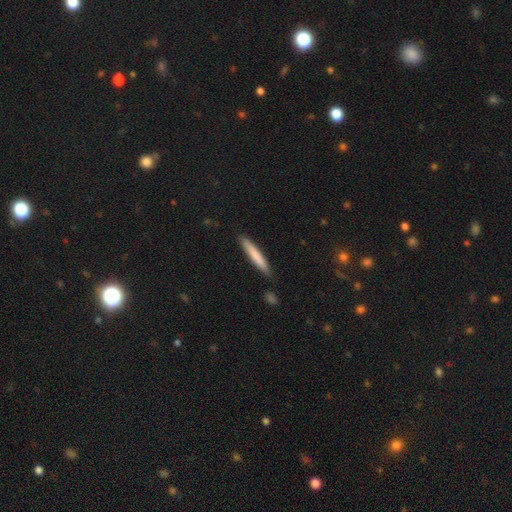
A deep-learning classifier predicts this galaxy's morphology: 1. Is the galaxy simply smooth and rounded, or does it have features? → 77% smooth, 17% featured or disk, 5% star or artifact.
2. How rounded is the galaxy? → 94% cigar-shaped, 4% in between, 1% round.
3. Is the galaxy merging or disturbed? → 85% none, 11% minor disturbance, 2% merger, 2% major disturbance.